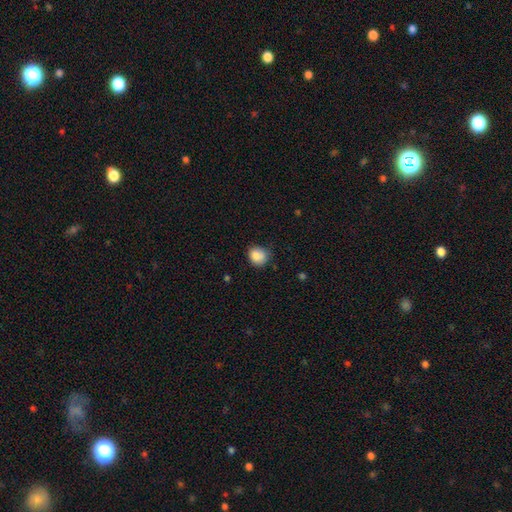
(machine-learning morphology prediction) This is clearly a smooth galaxy (84%). How rounded: likely round (74%). Merging: likely none (68%).